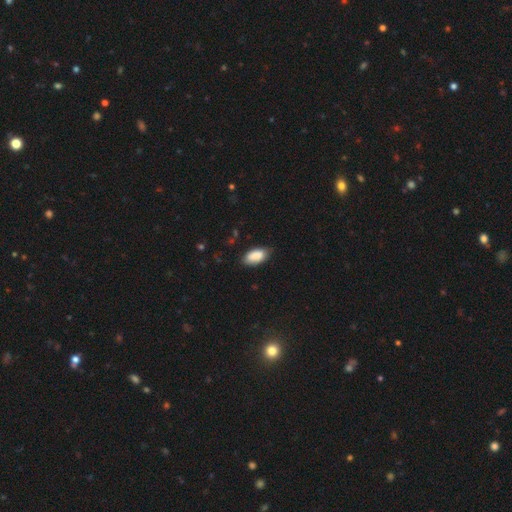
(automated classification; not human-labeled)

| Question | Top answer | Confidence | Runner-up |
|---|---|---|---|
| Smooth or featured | smooth | 88% | star or artifact (6%) |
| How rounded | in between | 93% | cigar-shaped (4%) |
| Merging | none | 74% | minor disturbance (21%) |